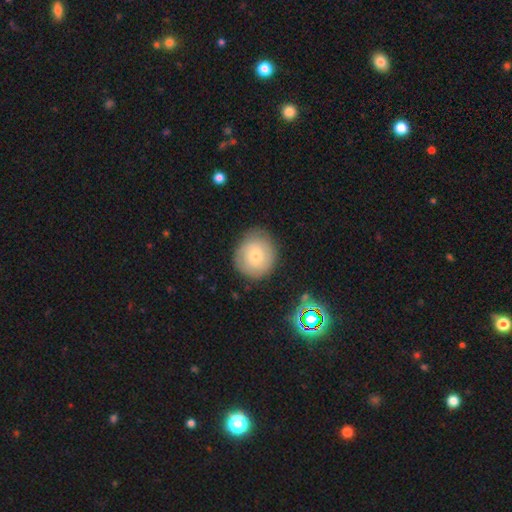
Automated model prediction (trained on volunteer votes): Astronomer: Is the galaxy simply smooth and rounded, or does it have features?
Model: smooth — 65%.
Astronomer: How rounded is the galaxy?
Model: round — 83%.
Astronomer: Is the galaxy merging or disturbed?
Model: none — 78%.